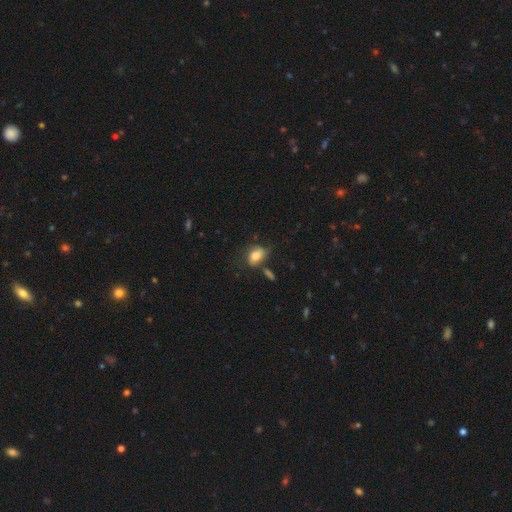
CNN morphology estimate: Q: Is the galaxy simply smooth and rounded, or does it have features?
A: smooth — 73%.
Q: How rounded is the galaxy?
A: in between — 79%.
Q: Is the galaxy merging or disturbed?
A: none — 50%.